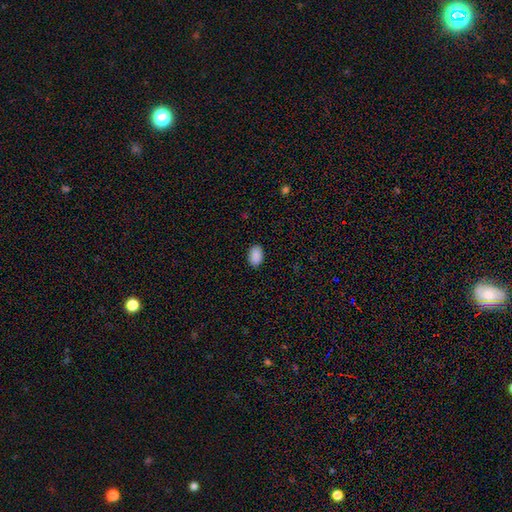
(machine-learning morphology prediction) Q: Smooth or featured?
A: smooth (90%); runner-up: star or artifact (7%)
Q: How rounded?
A: in between (90%); runner-up: round (9%)
Q: Merging?
A: none (89%); runner-up: minor disturbance (8%)